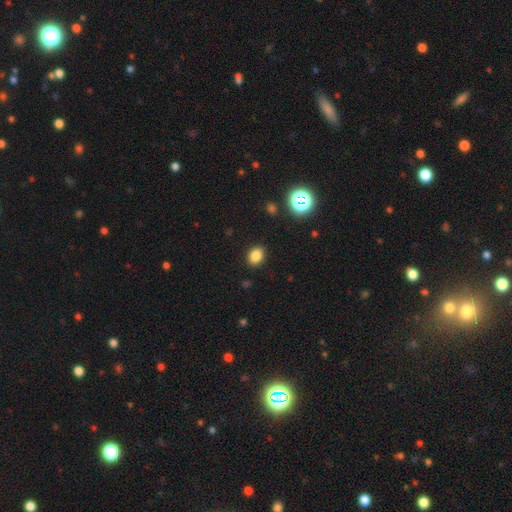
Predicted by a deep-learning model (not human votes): The model was most divided on "how rounded": in between: 65%, round: 34%, cigar-shaped: 1%. More confident: merging — none (89%); smooth or featured — smooth (83%).